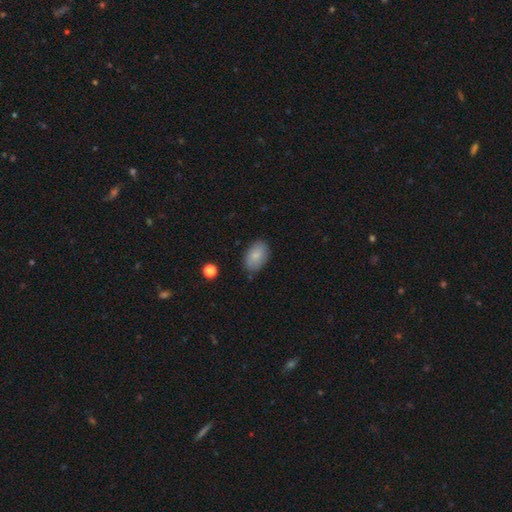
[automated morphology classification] Q: Smooth or featured?
A: smooth (81%); runner-up: featured or disk (11%)
Q: How rounded?
A: in between (91%); runner-up: round (7%)
Q: Merging?
A: none (82%); runner-up: minor disturbance (13%)